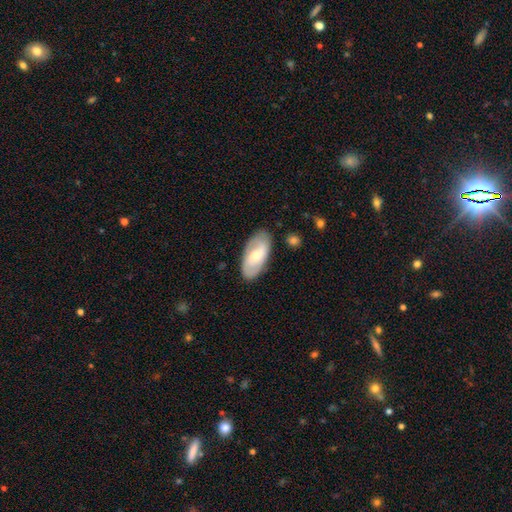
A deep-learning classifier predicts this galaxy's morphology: smooth_or_featured: featured or disk (p=0.52) [alt: smooth p=0.42]
disk_edge_on: no (p=0.91) [alt: yes p=0.09]
merging: none (p=0.81) [alt: minor disturbance p=0.14]